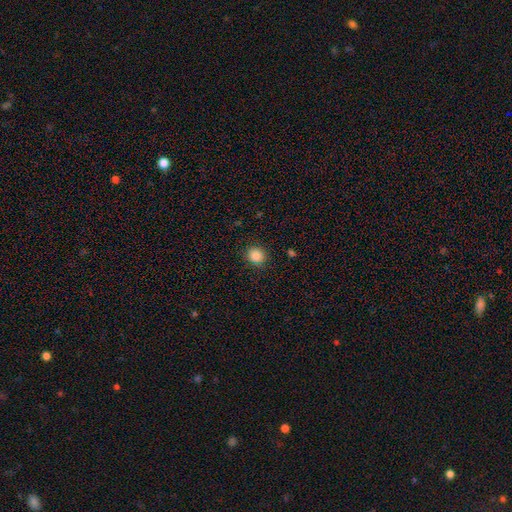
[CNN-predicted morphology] Overall: smooth (86%). How rounded: round (84%). Merging: none (89%).